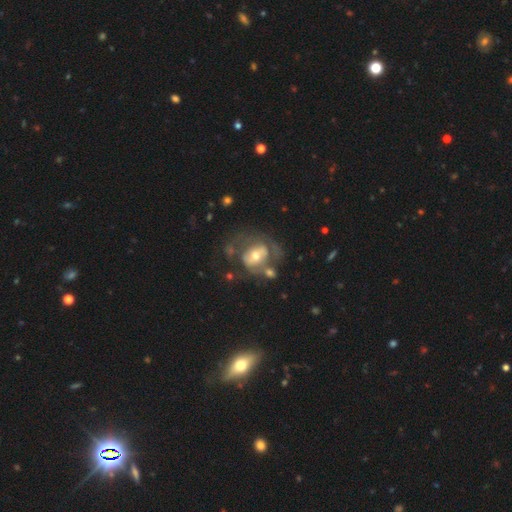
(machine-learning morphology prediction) A featured or disk galaxy (63%) with no bar (56%), no spiral arms (53%) and a moderate central bulge (65%). Merging: none (38%).